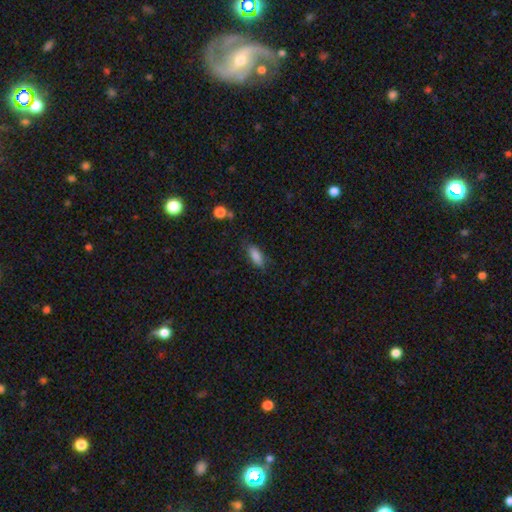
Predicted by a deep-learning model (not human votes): This appears to be a smooth galaxy with no disk features (85%) that is in between round and cigar-shaped (75%). Merging: none (76%).